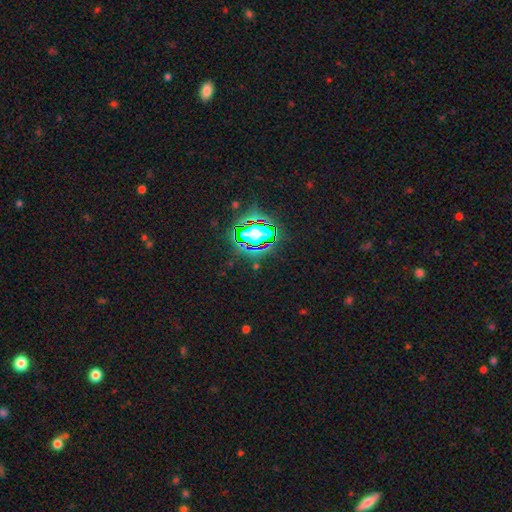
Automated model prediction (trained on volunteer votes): The model was most divided on "smooth or featured": star or artifact: 83%, smooth: 10%, featured or disk: 7%.